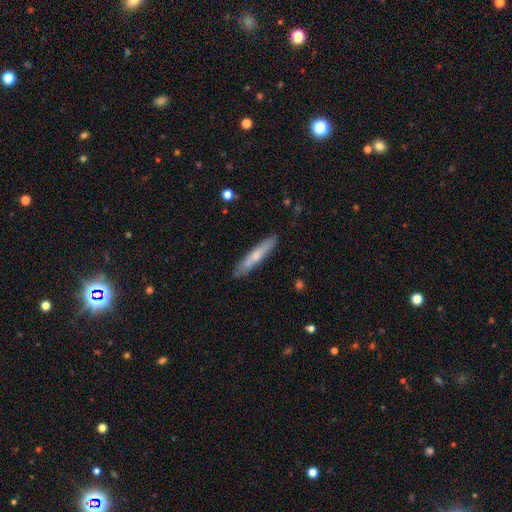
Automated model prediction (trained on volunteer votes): Smooth or featured?
  - smooth: 62% *
  - featured or disk: 33%
  - star or artifact: 6%
How rounded?
  - cigar-shaped: 92% *
  - in between: 6%
  - round: 1%
Merging?
  - none: 84% *
  - minor disturbance: 12%
  - merger: 2%
  - major disturbance: 2%